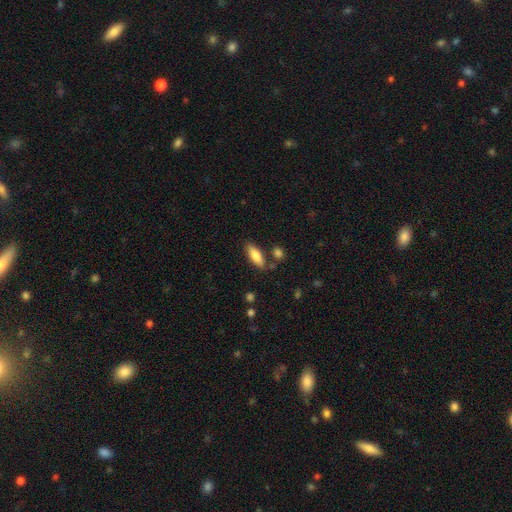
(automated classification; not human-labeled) A smooth galaxy with no disk features (83%) that is in between round and cigar-shaped (69%). Merging: none (78%).